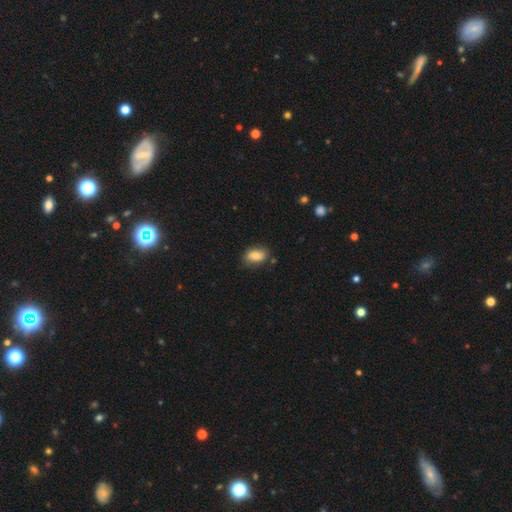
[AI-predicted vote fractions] Smooth or featured? smooth (81%)
How rounded? in between (88%)
Merging? none (76%)